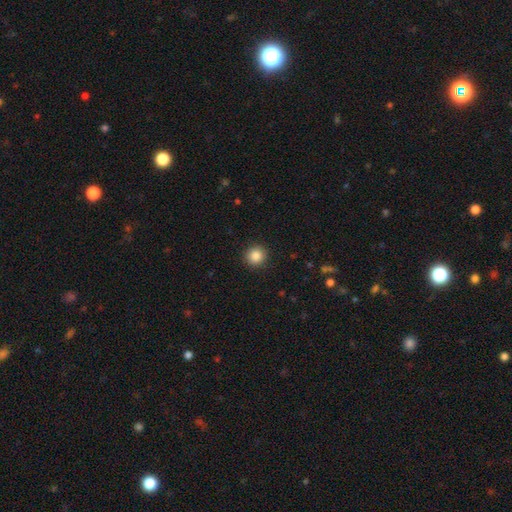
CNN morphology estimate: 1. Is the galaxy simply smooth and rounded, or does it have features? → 87% smooth, 9% star or artifact, 4% featured or disk.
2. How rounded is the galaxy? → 93% round, 6% in between, 1% cigar-shaped.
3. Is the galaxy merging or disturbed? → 92% none, 5% minor disturbance, 2% major disturbance, 1% merger.